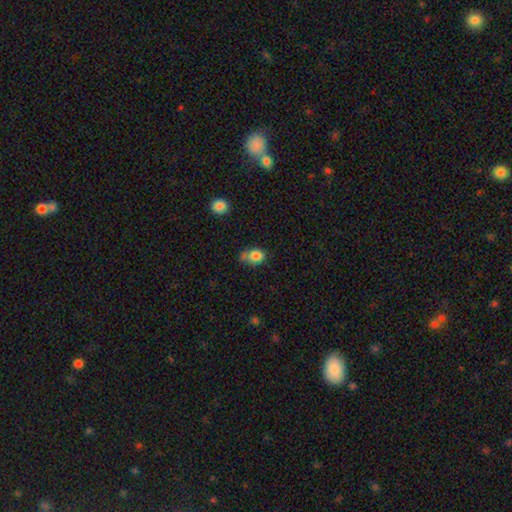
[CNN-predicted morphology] Smooth or featured: smooth — 83% (star or artifact — 10%)
How rounded: in between — 60% (round — 39%)
Merging: none — 49% (minor disturbance — 27%)